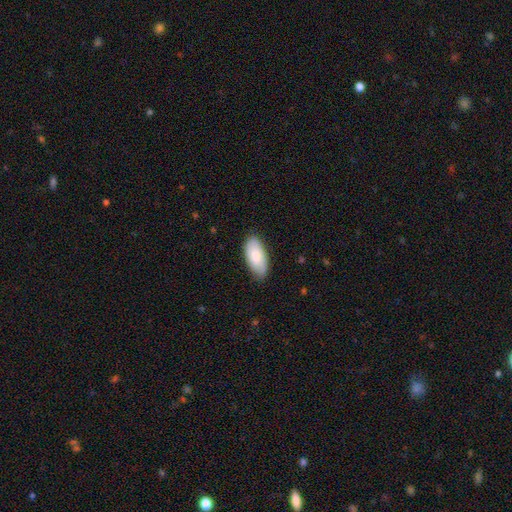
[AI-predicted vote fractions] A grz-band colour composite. It shows a smooth galaxy with no disk features (82%) that is in between round and cigar-shaped (92%). Merging: none (82%).